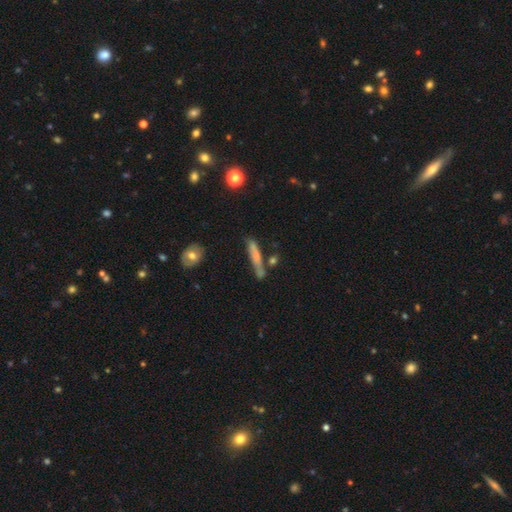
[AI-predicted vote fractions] Morphology: type=smooth (60%); roundness=cigar-shaped (90%); merging=none (65%).